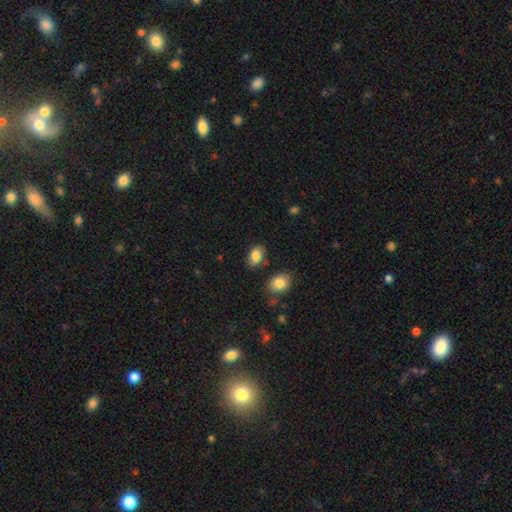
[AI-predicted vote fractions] A smooth galaxy with no disk features (85%) that is in between round and cigar-shaped (86%).

Vote fractions:
- Smooth or featured? smooth: 85% / star or artifact: 8% / featured or disk: 7%
- How rounded? in between: 86% / round: 13% / cigar-shaped: 1%
- Merging? none: 75% / minor disturbance: 17% / merger: 4% / major disturbance: 4%